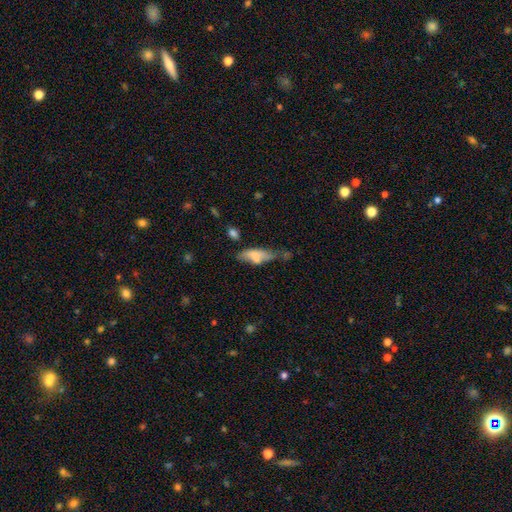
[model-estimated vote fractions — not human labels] Smooth or featured?
  - smooth: 64% *
  - featured or disk: 28%
  - star or artifact: 9%
How rounded?
  - in between: 62% *
  - cigar-shaped: 35%
  - round: 3%
Merging?
  - none: 33% *
  - minor disturbance: 30%
  - major disturbance: 19%
  - merger: 17%